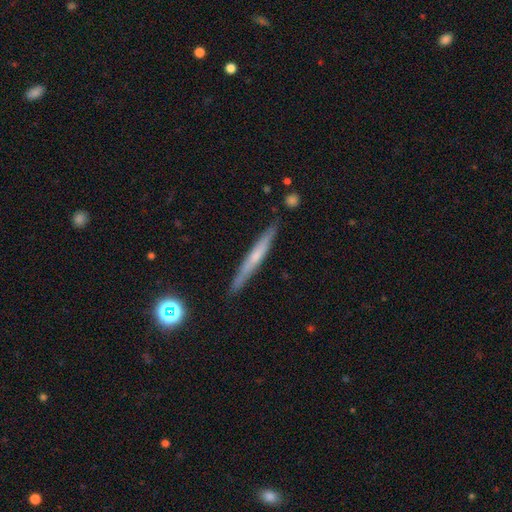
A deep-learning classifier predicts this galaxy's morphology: This is possibly a featured or disk galaxy (52%). It is clearly viewed edge-on (95%). Merging: clearly none (87%).